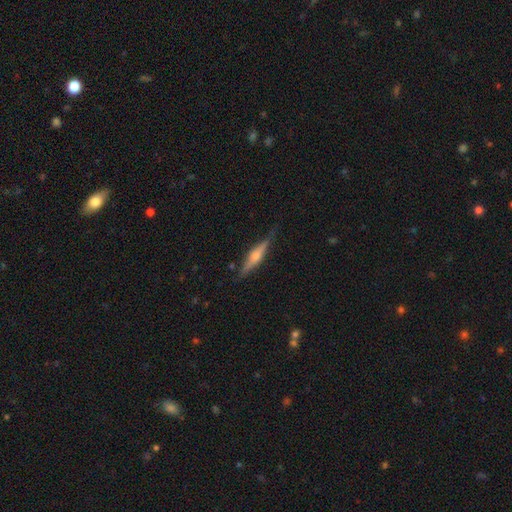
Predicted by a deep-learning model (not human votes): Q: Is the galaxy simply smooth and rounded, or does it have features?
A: featured or disk — 68%.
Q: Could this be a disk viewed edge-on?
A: yes — 97%.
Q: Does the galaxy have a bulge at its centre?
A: rounded — 85%.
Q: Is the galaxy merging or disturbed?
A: none — 84%.